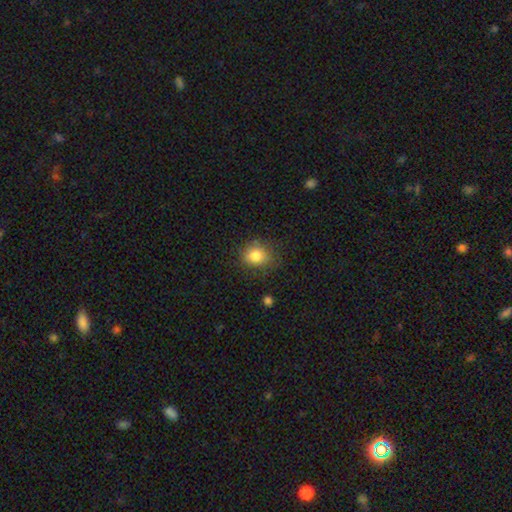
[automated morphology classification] Overall: smooth (83%). How rounded: round (66%; in between 33%). Merging: none (74%).